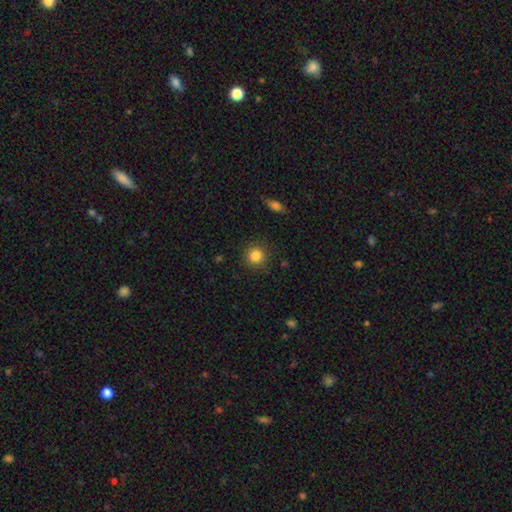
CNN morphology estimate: The model was most divided on "smooth or featured": smooth: 85%, star or artifact: 10%, featured or disk: 5%. More confident: how rounded — round (92%); merging — none (88%).